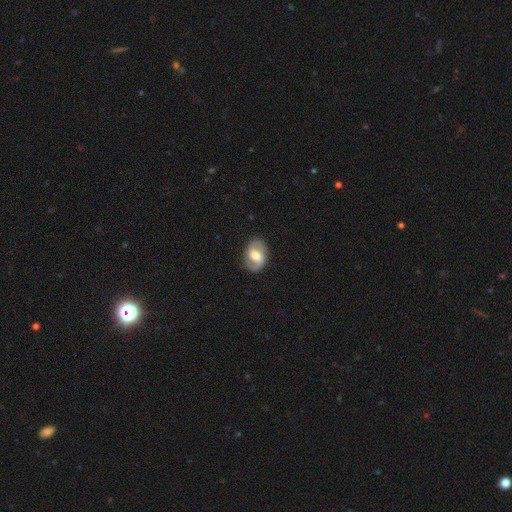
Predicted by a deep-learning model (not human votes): smooth_or_featured: featured or disk (p=0.66) [alt: smooth p=0.28]
disk_edge_on: no (p=0.96) [alt: yes p=0.04]
bar: weak (p=0.45) [alt: strong p=0.30]
has_spiral_arms: yes (p=0.77) [alt: no p=0.23]
bulge_size: moderate (p=0.59) [alt: large p=0.24]
merging: none (p=0.83) [alt: minor disturbance p=0.12]